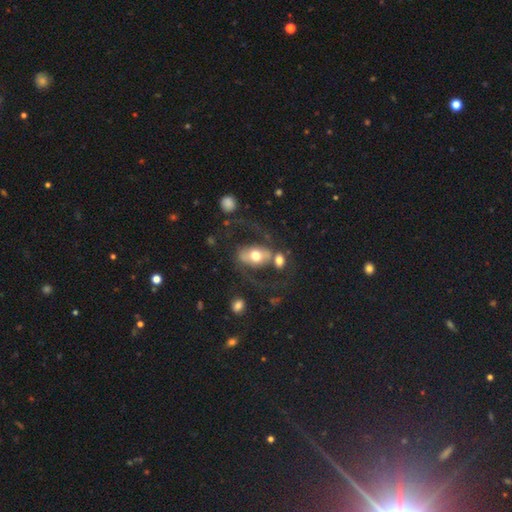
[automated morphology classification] Overall: featured or disk (58%; smooth 35%). Edge-on disk: no (92%). Bar: no (47%; strong 27%). Spiral arms: yes (60%; no 40%). Bulge size: moderate (67%). Merging: none (47%; major disturbance 20%).